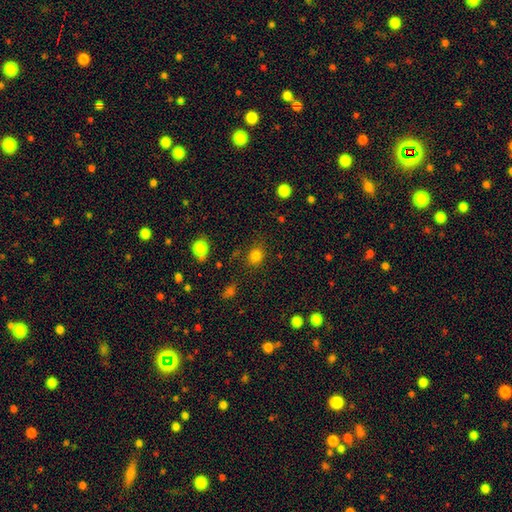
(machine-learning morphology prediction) smooth_or_featured: smooth (p=0.82) [alt: star or artifact p=0.14]
how_rounded: round (p=0.72) [alt: in between p=0.27]
merging: none (p=0.81) [alt: minor disturbance p=0.12]